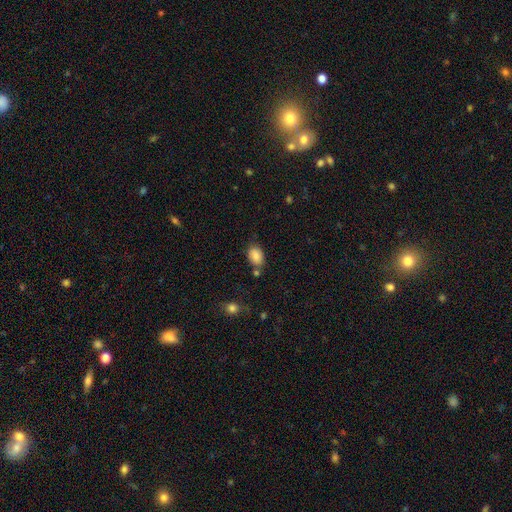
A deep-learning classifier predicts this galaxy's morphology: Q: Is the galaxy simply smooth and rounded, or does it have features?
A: smooth — 87%.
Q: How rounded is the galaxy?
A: in between — 81%.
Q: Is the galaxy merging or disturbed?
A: none — 70%.